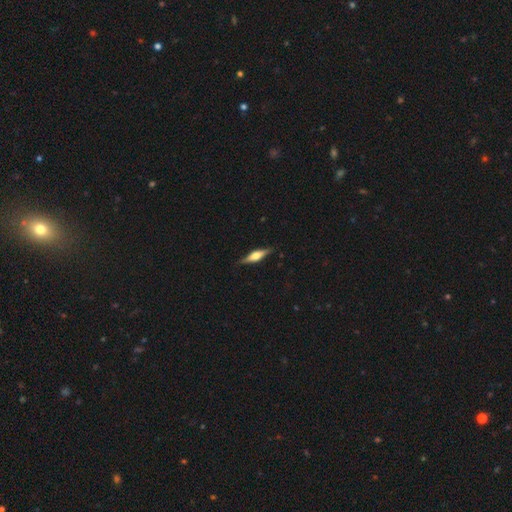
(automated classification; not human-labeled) Smooth or featured? Predicted: featured or disk (p=0.69). Edge-on disk? Predicted: yes (p=0.97). Edge-on bulge? Predicted: rounded (p=0.86). Merging? Predicted: none (p=0.87).